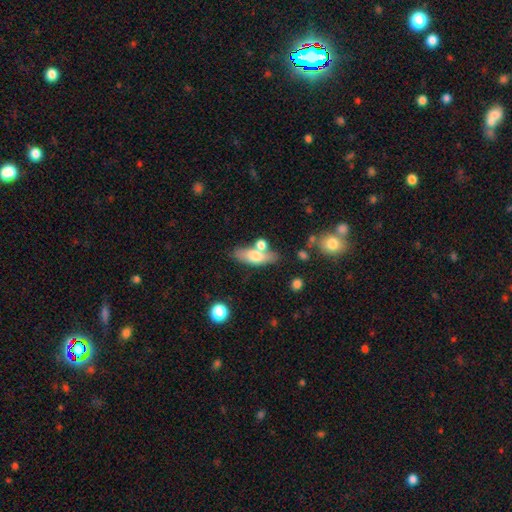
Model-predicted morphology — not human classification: smooth 65%, featured or disk 28%, star or artifact 7%. Down the decision tree: how rounded — in between (64%); merging — none (61%).